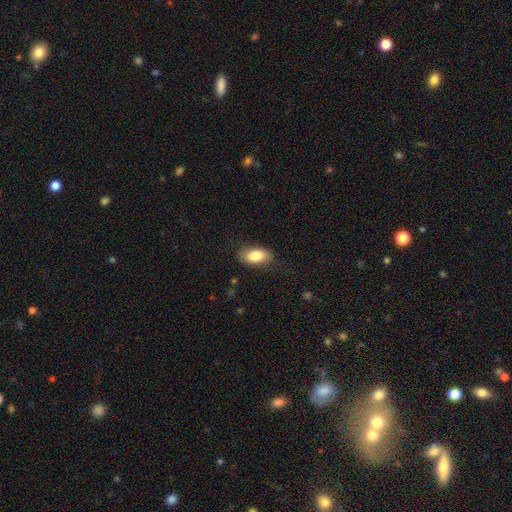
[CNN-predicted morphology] Overall: smooth (82%). How rounded: in between (91%). Merging: none (81%).